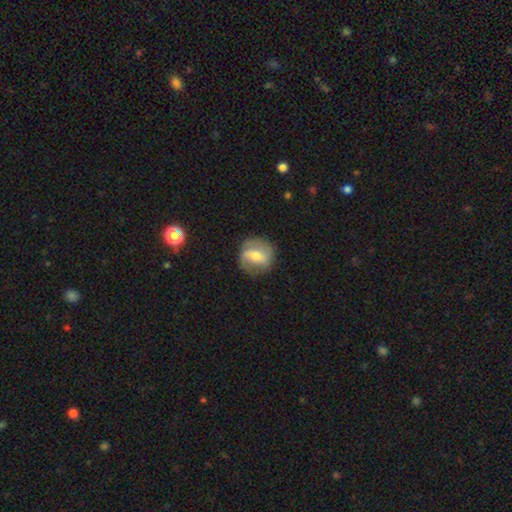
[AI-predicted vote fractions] A featured or disk galaxy (63%) with a weak bar (45%), spiral arms (82%) and a moderate central bulge (58%).

Vote fractions:
- Smooth or featured? featured or disk: 63% / smooth: 30% / star or artifact: 7%
- Edge-on disk? no: 96% / yes: 4%
- Bar? weak: 45% / strong: 31% / no: 24%
- Spiral arms? yes: 82% / no: 18%
- Bulge size? moderate: 58% / small: 34% / large: 5% / none: 2% / dominant: 1%
- Merging? none: 79% / minor disturbance: 14% / major disturbance: 6% / merger: 1%